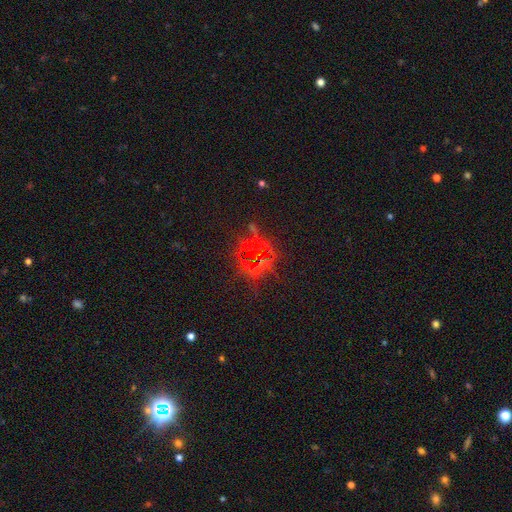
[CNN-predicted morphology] Overall: star or artifact (80%).